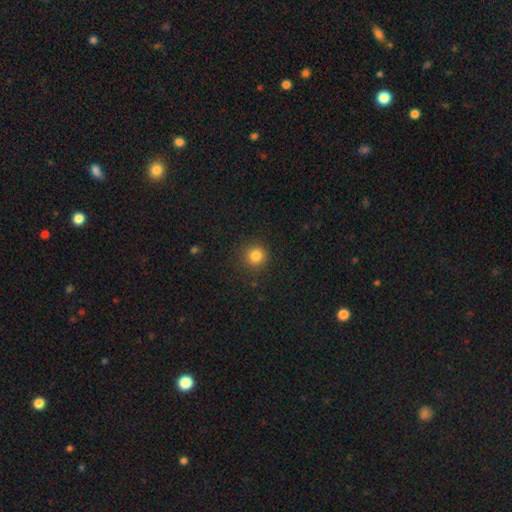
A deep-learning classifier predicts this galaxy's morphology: Smooth or featured? smooth (83%)
How rounded? round (94%)
Merging? none (90%)